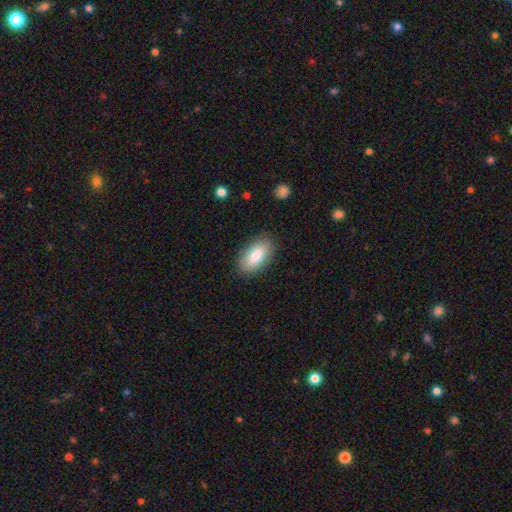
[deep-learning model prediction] Q: Smooth or featured?
A: smooth (80%); runner-up: featured or disk (14%)
Q: How rounded?
A: in between (93%); runner-up: cigar-shaped (4%)
Q: Merging?
A: none (87%); runner-up: minor disturbance (10%)